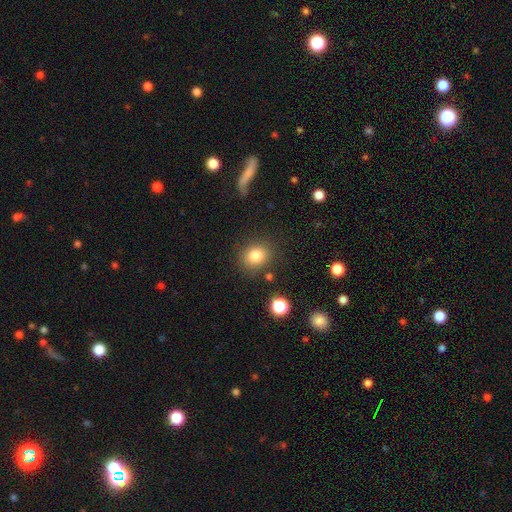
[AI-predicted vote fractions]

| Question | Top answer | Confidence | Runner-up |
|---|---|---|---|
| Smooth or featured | smooth | 82% | star or artifact (11%) |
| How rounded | round | 68% | in between (31%) |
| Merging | none | 82% | minor disturbance (11%) |